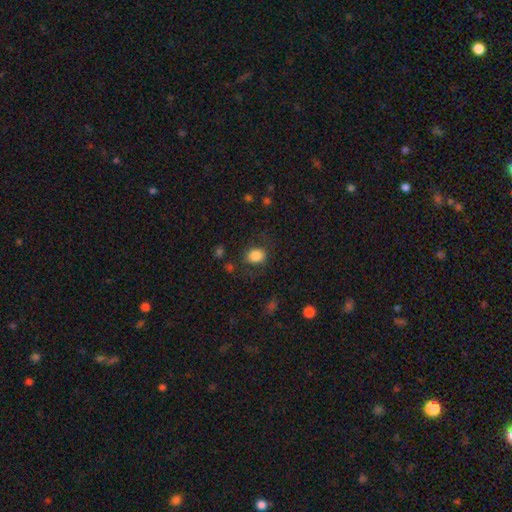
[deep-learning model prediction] Smooth or featured?
  - smooth: 83% *
  - star or artifact: 9%
  - featured or disk: 7%
How rounded?
  - round: 50% *
  - in between: 49%
  - cigar-shaped: 1%
Merging?
  - none: 74% *
  - minor disturbance: 16%
  - major disturbance: 8%
  - merger: 2%